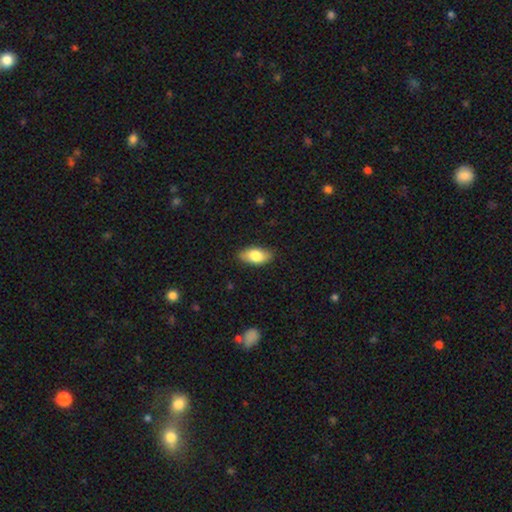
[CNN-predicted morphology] This is likely a smooth galaxy (77%). How rounded: clearly in between (90%). Merging: clearly none (87%).